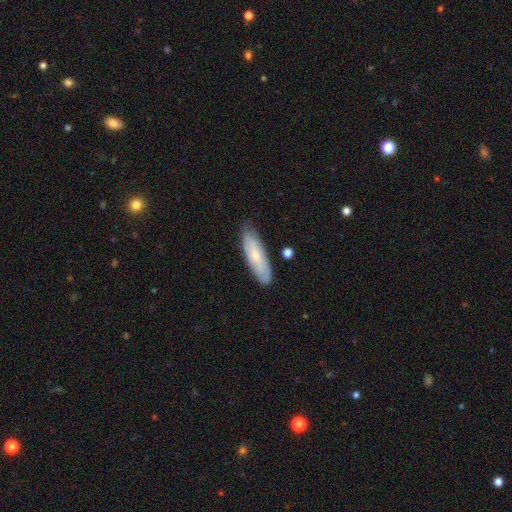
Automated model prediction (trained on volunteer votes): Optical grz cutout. It shows a smooth galaxy with no disk features (63%) that is cigar-shaped (54%). Merging: none (78%).